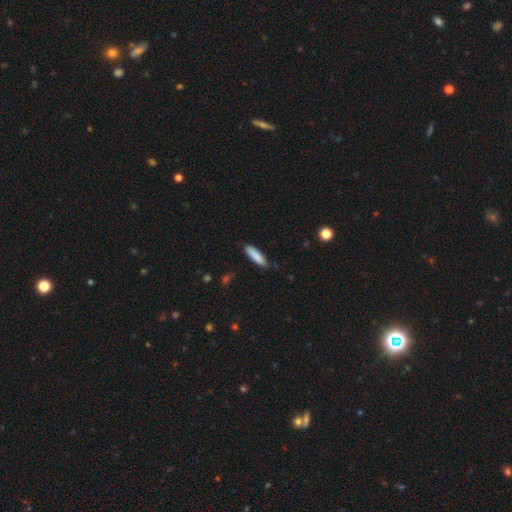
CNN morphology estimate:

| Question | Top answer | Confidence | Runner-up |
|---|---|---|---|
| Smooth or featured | smooth | 86% | featured or disk (8%) |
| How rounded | cigar-shaped | 66% | in between (33%) |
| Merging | none | 85% | minor disturbance (12%) |